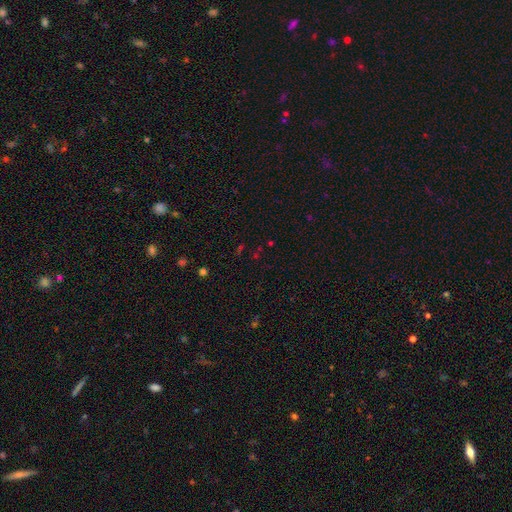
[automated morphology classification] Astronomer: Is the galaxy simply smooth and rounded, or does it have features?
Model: star or artifact — 61%.